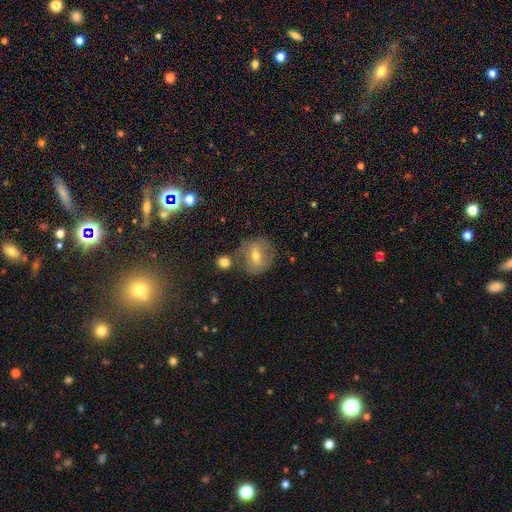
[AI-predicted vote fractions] Smooth or featured? Predicted: smooth (p=0.49). Merging? Predicted: none (p=0.62).